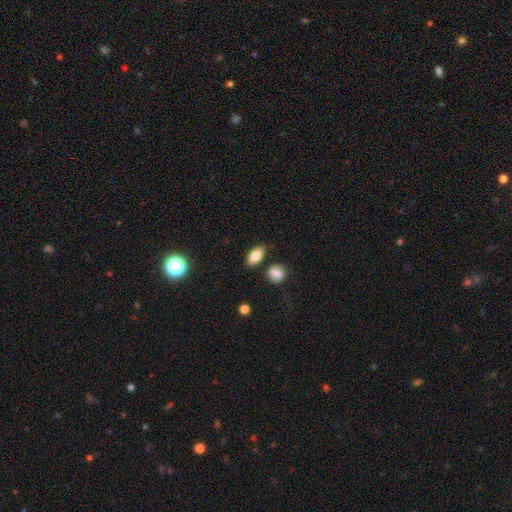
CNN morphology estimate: Smooth or featured: smooth — 83% (featured or disk — 9%)
How rounded: in between — 88% (round — 7%)
Merging: none — 80% (minor disturbance — 12%)